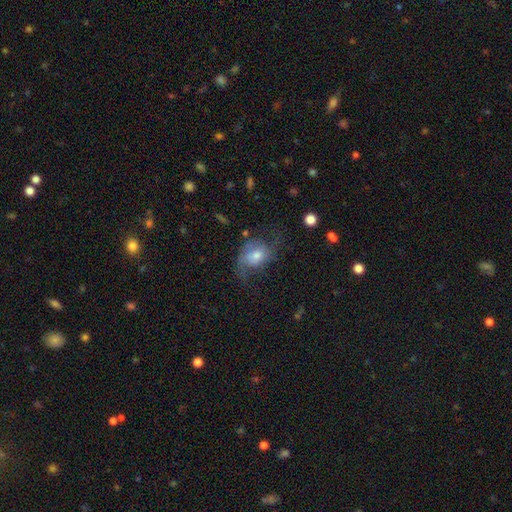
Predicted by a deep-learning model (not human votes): smooth_or_featured: featured or disk (p=0.54) [alt: smooth p=0.36]
disk_edge_on: no (p=0.96) [alt: yes p=0.04]
bar: no (p=0.65) [alt: weak p=0.29]
has_spiral_arms: yes (p=0.83) [alt: no p=0.17]
bulge_size: moderate (p=0.53) [alt: small p=0.30]
merging: none (p=0.46) [alt: major disturbance p=0.28]